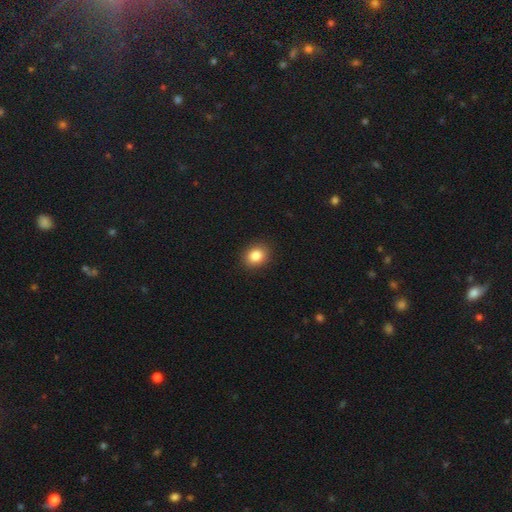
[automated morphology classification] This is clearly a smooth galaxy (85%). How rounded: possibly round (58%). Merging: clearly none (90%).